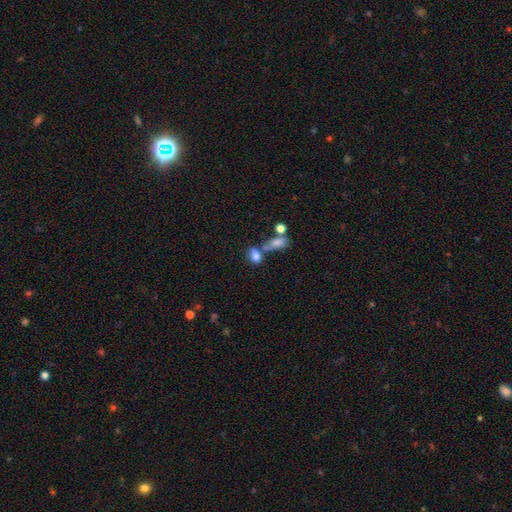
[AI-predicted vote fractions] Morphology: type=smooth (77%); roundness=in between (78%); merging=merger (42%).